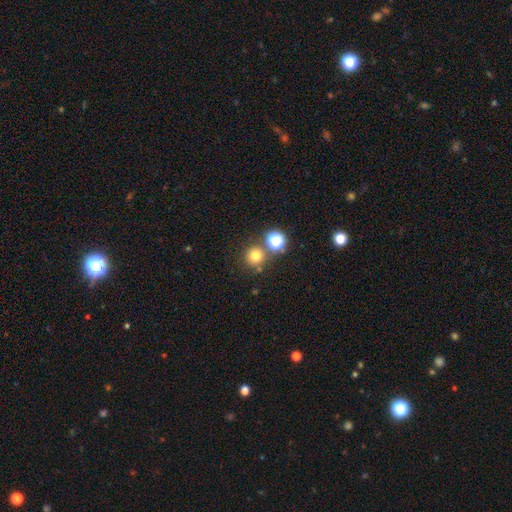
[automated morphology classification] Q: Smooth or featured?
A: smooth (73%); runner-up: star or artifact (19%)
Q: How rounded?
A: round (92%); runner-up: in between (7%)
Q: Merging?
A: none (73%); runner-up: merger (17%)